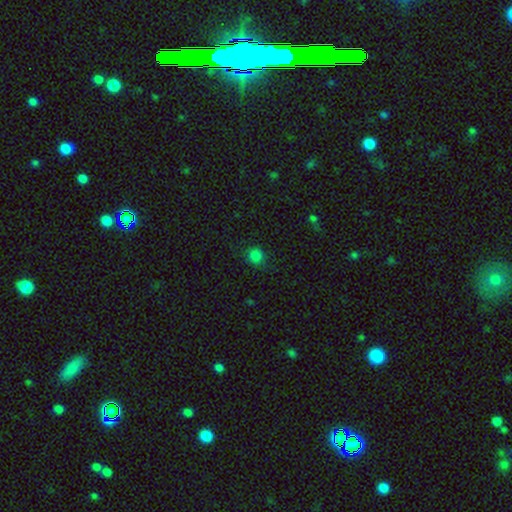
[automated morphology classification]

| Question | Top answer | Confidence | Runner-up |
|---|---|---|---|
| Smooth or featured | smooth | 82% | star or artifact (15%) |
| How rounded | round | 88% | in between (11%) |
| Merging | none | 85% | minor disturbance (10%) |